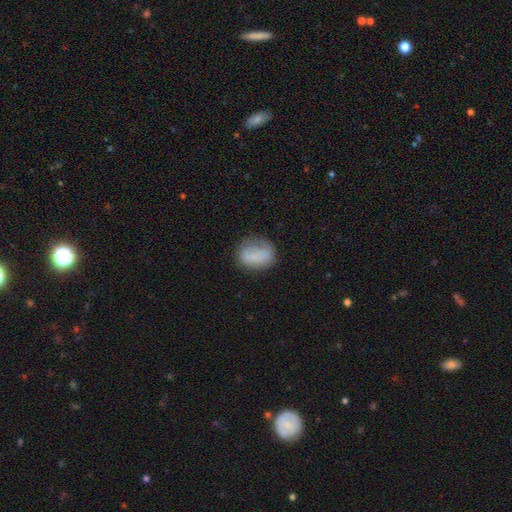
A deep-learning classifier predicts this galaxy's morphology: smooth_or_featured: smooth (p=0.77) [alt: featured or disk p=0.15]
how_rounded: in between (p=0.68) [alt: round p=0.29]
merging: none (p=0.61) [alt: minor disturbance p=0.25]